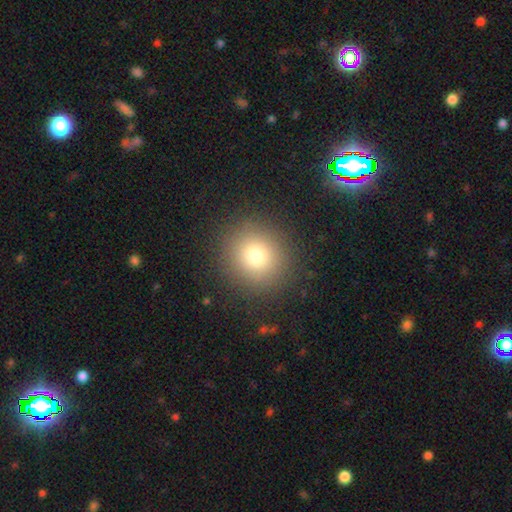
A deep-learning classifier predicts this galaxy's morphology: Smooth or featured? Predicted: smooth (p=0.76). How rounded? Predicted: round (p=0.90). Merging? Predicted: none (p=0.89).